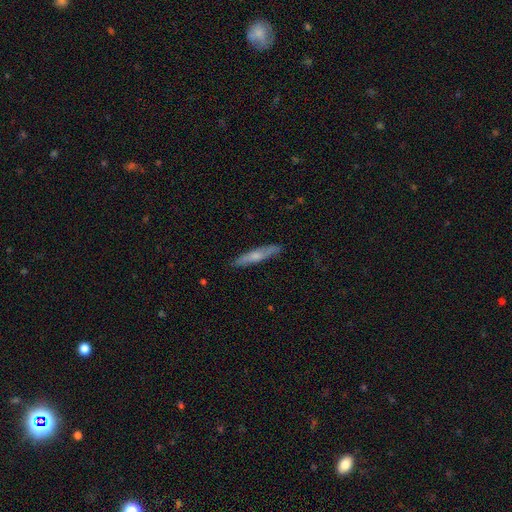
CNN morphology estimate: Overall: smooth (53%; featured or disk 41%). How rounded: cigar-shaped (91%). Merging: none (88%).